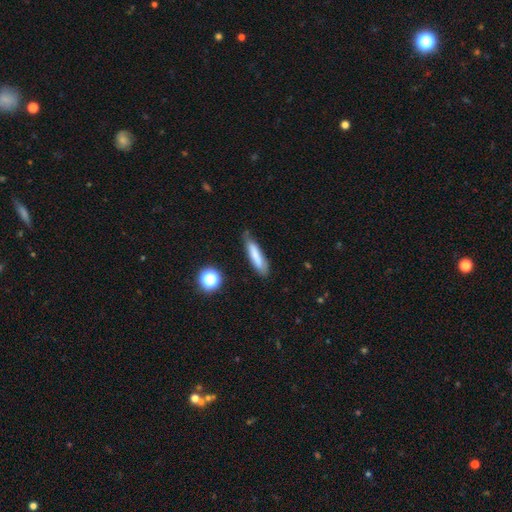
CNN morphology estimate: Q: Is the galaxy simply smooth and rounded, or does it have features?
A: smooth — 75%.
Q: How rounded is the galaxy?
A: cigar-shaped — 81%.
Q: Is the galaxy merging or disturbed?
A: none — 69%.